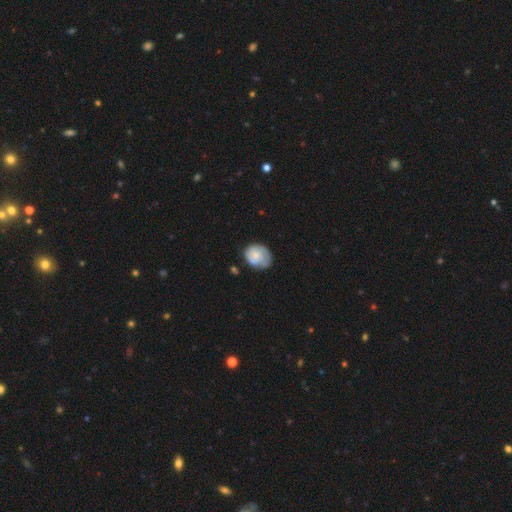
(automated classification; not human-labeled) Smooth or featured?
  - smooth: 56% *
  - featured or disk: 38%
  - star or artifact: 7%
How rounded?
  - round: 56% *
  - in between: 43%
  - cigar-shaped: 1%
Merging?
  - none: 56% *
  - minor disturbance: 31%
  - major disturbance: 10%
  - merger: 3%